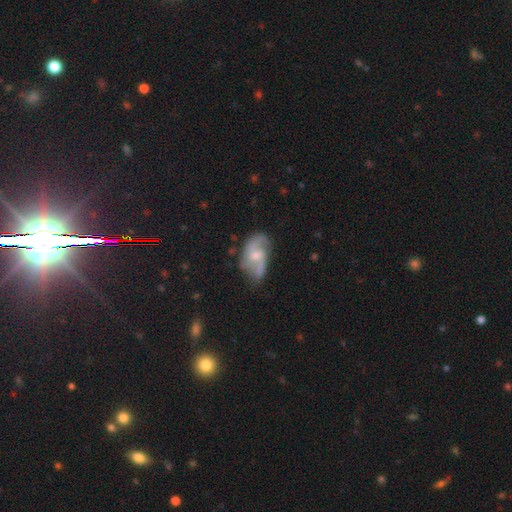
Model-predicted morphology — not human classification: Overall: featured or disk (71%). Edge-on disk: no (96%). Bar: weak (47%; no 44%). Spiral arms: yes (86%). Spiral arm count: 2 (78%). Spiral winding: loose (46%; medium 40%). Bulge size: moderate (44%; small 43%). Merging: none (53%; minor disturbance 29%).